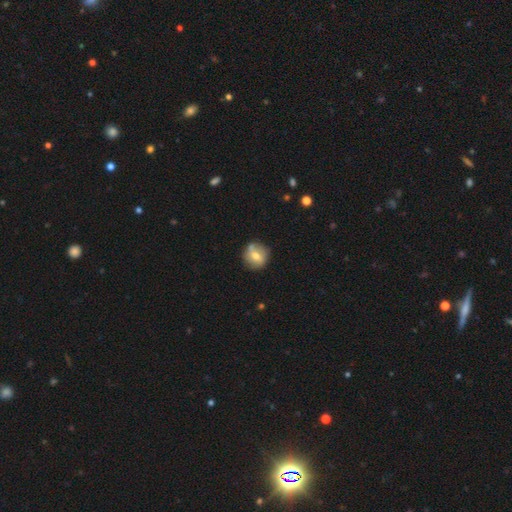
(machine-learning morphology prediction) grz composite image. It shows a smooth galaxy with no disk features (60%) that is round (90%). Merging: none (73%).